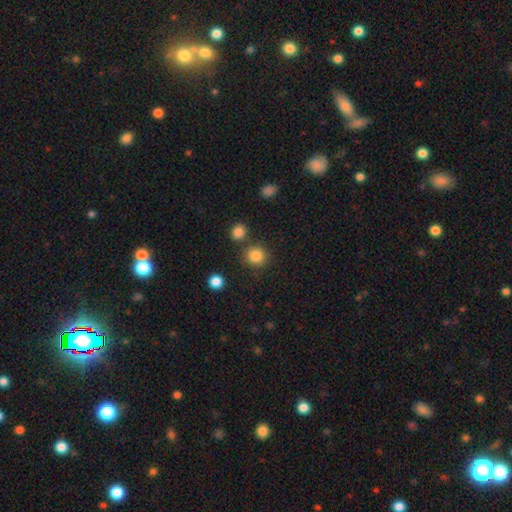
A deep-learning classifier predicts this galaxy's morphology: Q: Smooth or featured?
A: smooth (84%); runner-up: star or artifact (11%)
Q: How rounded?
A: round (90%); runner-up: in between (9%)
Q: Merging?
A: none (79%); runner-up: merger (9%)